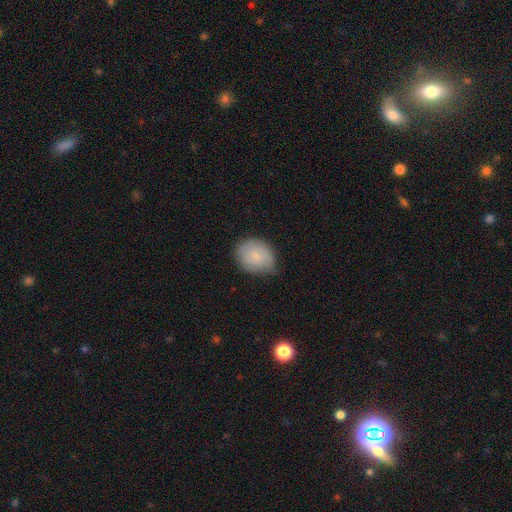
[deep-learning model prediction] smooth 68%, featured or disk 25%, star or artifact 7%. Down the decision tree: how rounded — round (54%); merging — none (66%).